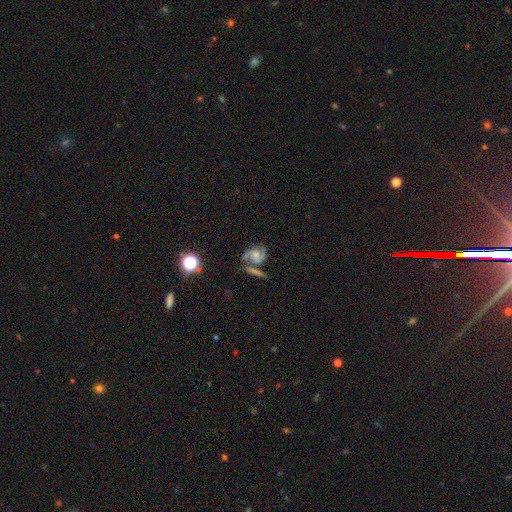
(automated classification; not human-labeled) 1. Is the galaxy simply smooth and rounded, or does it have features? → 80% featured or disk, 11% smooth, 8% star or artifact.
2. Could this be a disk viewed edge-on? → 97% no, 3% yes.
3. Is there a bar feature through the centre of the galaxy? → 64% no, 28% weak, 7% strong.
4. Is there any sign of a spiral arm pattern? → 96% yes, 4% no.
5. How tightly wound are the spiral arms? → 52% medium, 29% tight, 19% loose.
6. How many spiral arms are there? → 82% 2, 7% 3, 5% can't tell, 3% 1, 2% 4, 1% more than 4.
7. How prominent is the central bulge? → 41% small, 39% moderate, 12% none, 7% large, 2% dominant.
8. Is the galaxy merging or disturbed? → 45% none, 26% merger, 17% minor disturbance, 12% major disturbance.